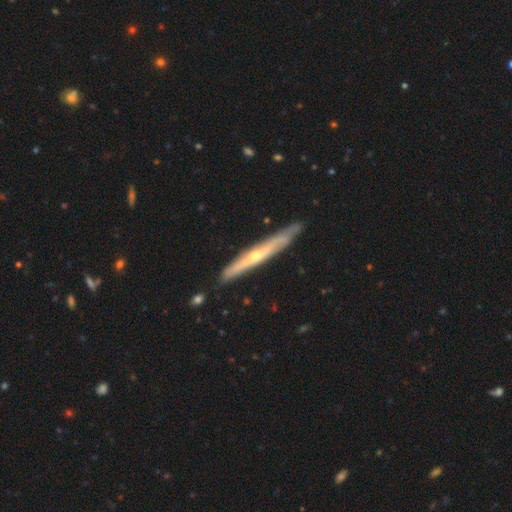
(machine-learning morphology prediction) smooth-or-featured: featured or disk: 72% | smooth: 22% | star or artifact: 5%
  disk-edge-on: yes: 91% | no: 9%
    edge-on-bulge: rounded: 70% | none: 27% | boxy: 2%
  merging: none: 83% | minor disturbance: 14% | major disturbance: 2% | merger: 2%